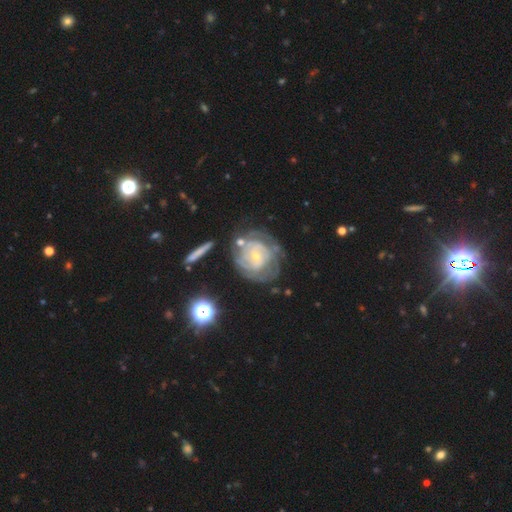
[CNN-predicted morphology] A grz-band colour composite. It shows a featured or disk galaxy (79%) with no bar (75%), tight (71%) spiral arms (86%) and a small central bulge (78%). Merging: none (60%).